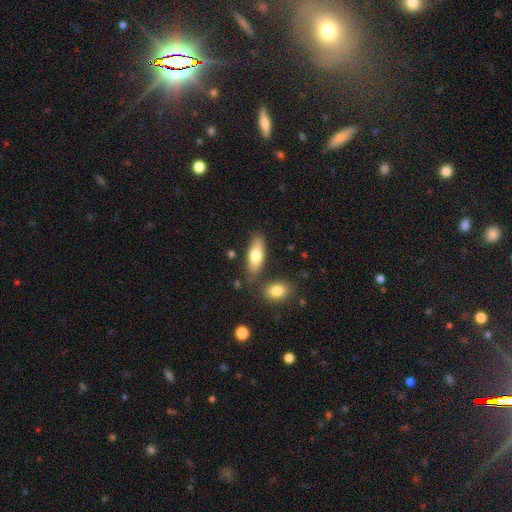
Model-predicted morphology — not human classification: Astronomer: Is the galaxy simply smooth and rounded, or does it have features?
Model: smooth — 73%.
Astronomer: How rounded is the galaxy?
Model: in between — 72%.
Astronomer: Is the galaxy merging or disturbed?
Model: none — 74%.